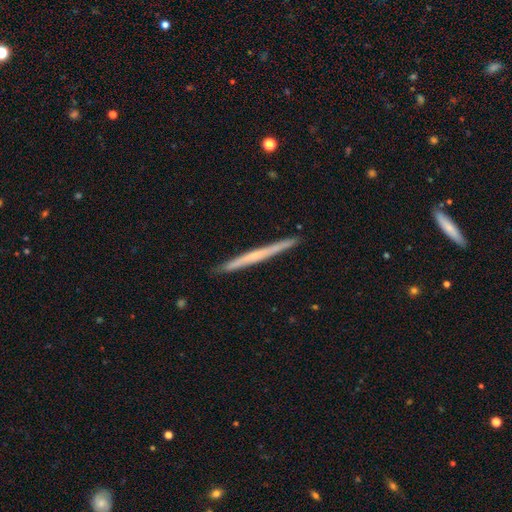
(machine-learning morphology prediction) Smooth or featured: featured or disk — 56% (smooth — 38%)
Edge-on disk: yes — 98% (no — 2%)
Edge-on bulge: none — 75% (rounded — 20%)
Merging: none — 92% (minor disturbance — 6%)